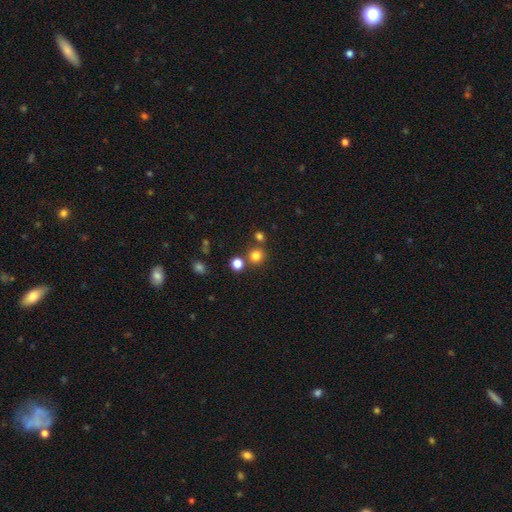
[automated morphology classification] Q: Smooth or featured?
A: smooth (79%); runner-up: star or artifact (16%)
Q: How rounded?
A: round (89%); runner-up: in between (10%)
Q: Merging?
A: none (75%); runner-up: merger (14%)